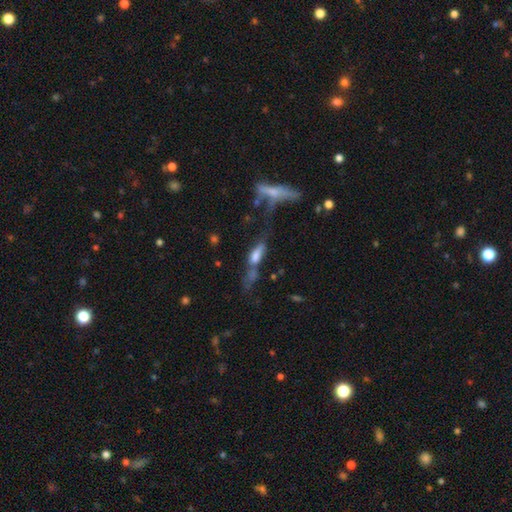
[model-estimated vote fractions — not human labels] Smooth or featured? Predicted: smooth (p=0.50). How rounded? Predicted: in between (p=0.51). Merging? Predicted: merger (p=0.37).